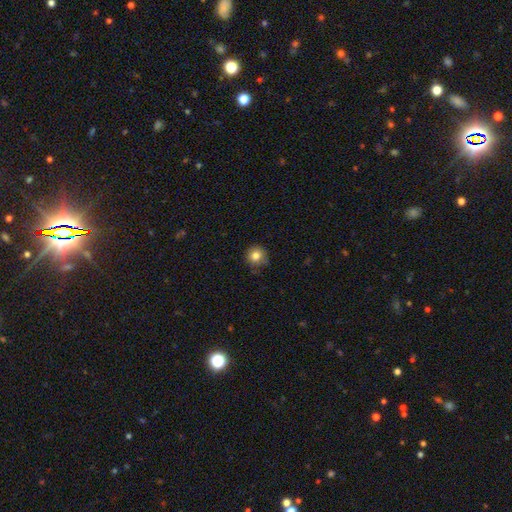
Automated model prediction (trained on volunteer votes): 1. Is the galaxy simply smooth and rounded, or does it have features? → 82% smooth, 11% star or artifact, 7% featured or disk.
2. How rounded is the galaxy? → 93% round, 6% in between, 1% cigar-shaped.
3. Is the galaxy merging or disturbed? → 80% none, 16% minor disturbance, 3% major disturbance, 1% merger.